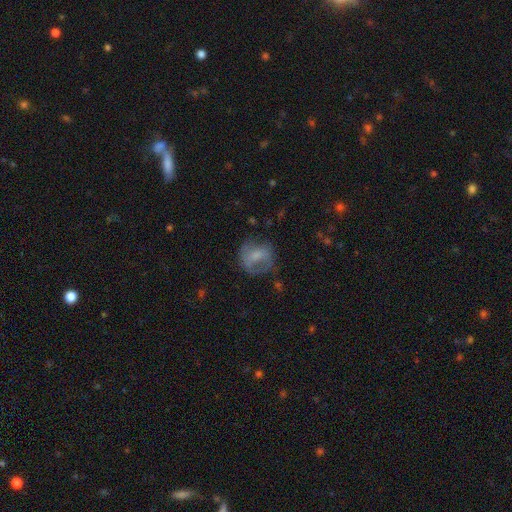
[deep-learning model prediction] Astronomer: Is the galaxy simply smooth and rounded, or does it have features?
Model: smooth — 53% (runner-up: featured or disk, 37%).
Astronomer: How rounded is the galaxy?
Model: round — 65%.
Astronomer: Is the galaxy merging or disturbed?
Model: none — 49% (runner-up: minor disturbance, 25%).